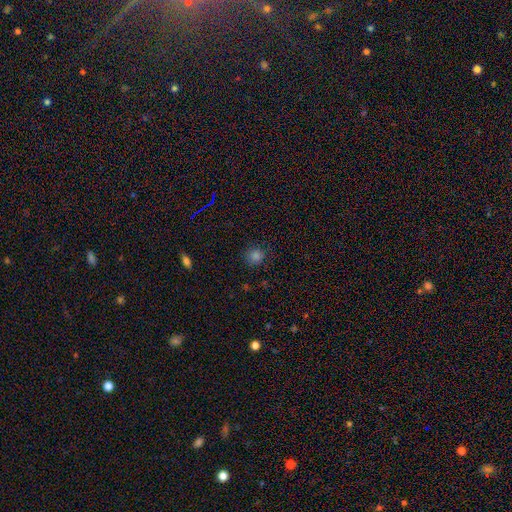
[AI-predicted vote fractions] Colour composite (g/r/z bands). It shows a smooth galaxy with no disk features (77%) that is round (89%). Merging: none (85%).